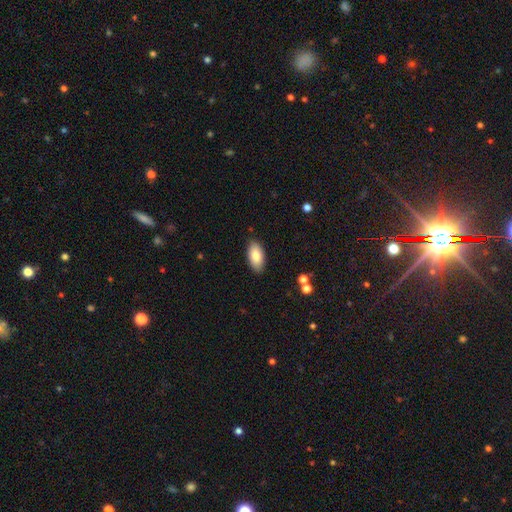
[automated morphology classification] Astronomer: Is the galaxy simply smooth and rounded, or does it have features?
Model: smooth — 84%.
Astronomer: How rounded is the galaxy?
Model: in between — 93%.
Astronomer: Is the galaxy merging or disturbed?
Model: none — 87%.